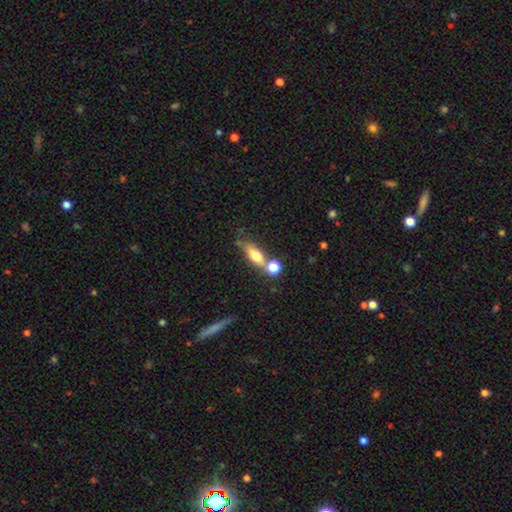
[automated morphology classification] Overall: smooth (62%; featured or disk 28%). How rounded: in between (55%; cigar-shaped 33%). Merging: none (49%; merger 30%).